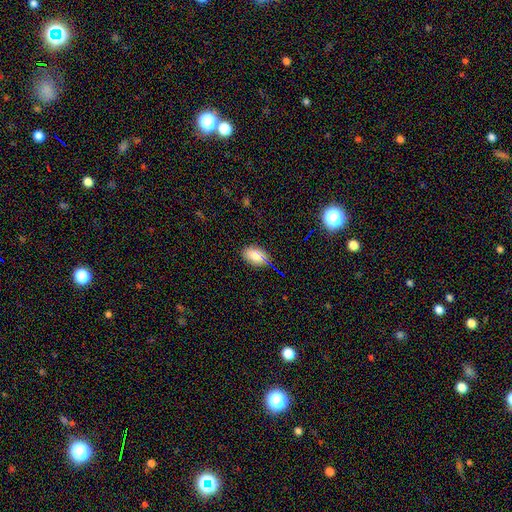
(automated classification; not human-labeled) Morphology: type=smooth (75%); roundness=in between (87%); merging=none (73%).